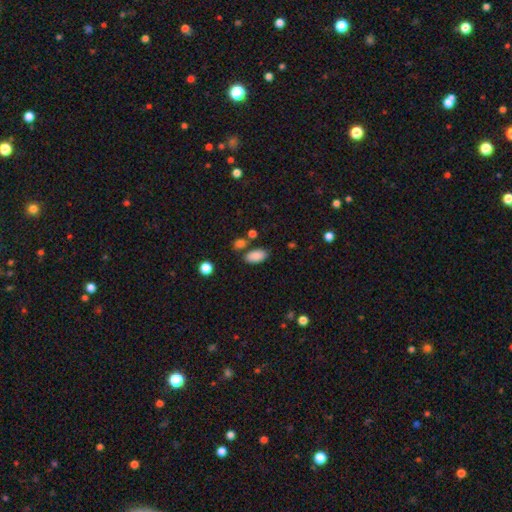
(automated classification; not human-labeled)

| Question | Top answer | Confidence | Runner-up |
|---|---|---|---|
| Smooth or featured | smooth | 86% | star or artifact (8%) |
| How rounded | in between | 93% | round (4%) |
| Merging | none | 72% | minor disturbance (14%) |